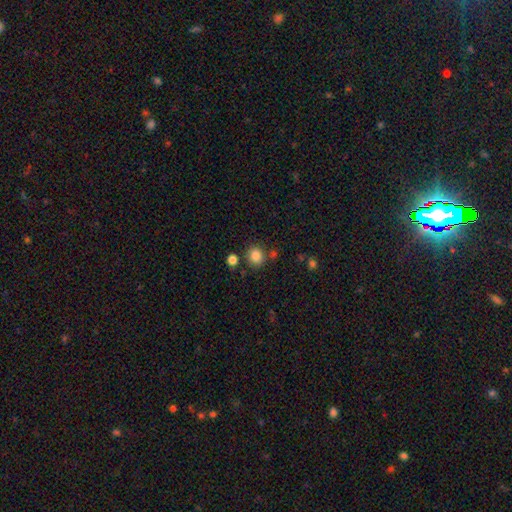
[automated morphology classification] Q: Smooth or featured?
A: smooth (84%); runner-up: star or artifact (11%)
Q: How rounded?
A: round (84%); runner-up: in between (15%)
Q: Merging?
A: none (79%); runner-up: minor disturbance (9%)